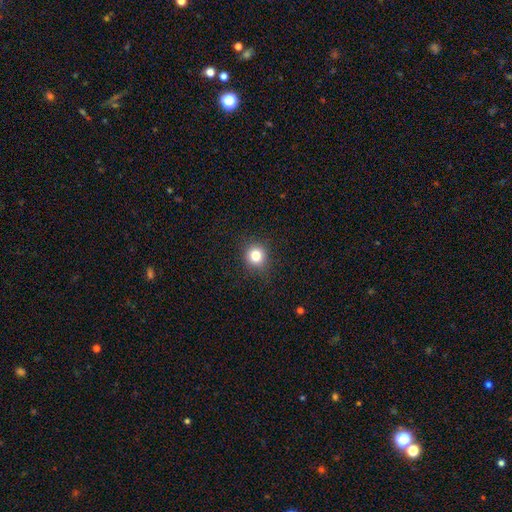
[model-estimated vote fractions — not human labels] Q: Smooth or featured?
A: smooth (81%); runner-up: star or artifact (12%)
Q: How rounded?
A: round (87%); runner-up: in between (12%)
Q: Merging?
A: none (88%); runner-up: minor disturbance (8%)